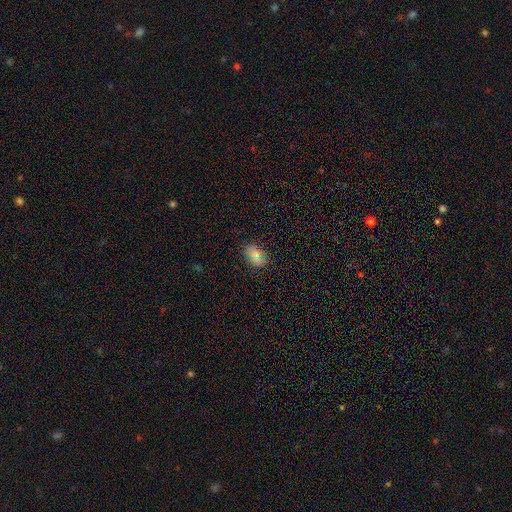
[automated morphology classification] A smooth galaxy with no disk features (66%) that is in between round and cigar-shaped (83%). Merging: none (84%).